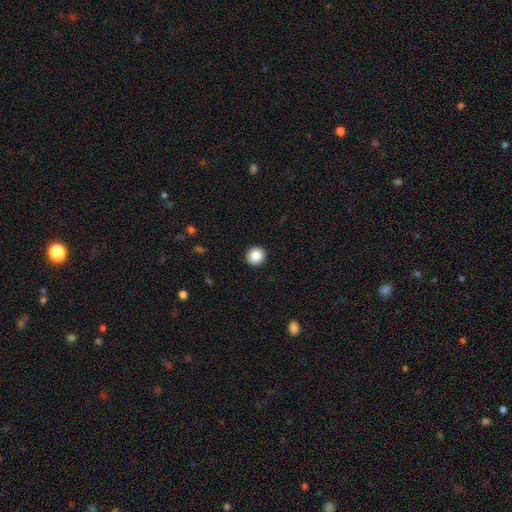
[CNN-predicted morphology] A smooth galaxy with no disk features (86%) that is round (93%).

Vote fractions:
- Smooth or featured? smooth: 86% / star or artifact: 9% / featured or disk: 4%
- How rounded? round: 93% / in between: 6% / cigar-shaped: 1%
- Merging? none: 93% / minor disturbance: 4% / major disturbance: 1% / merger: 1%